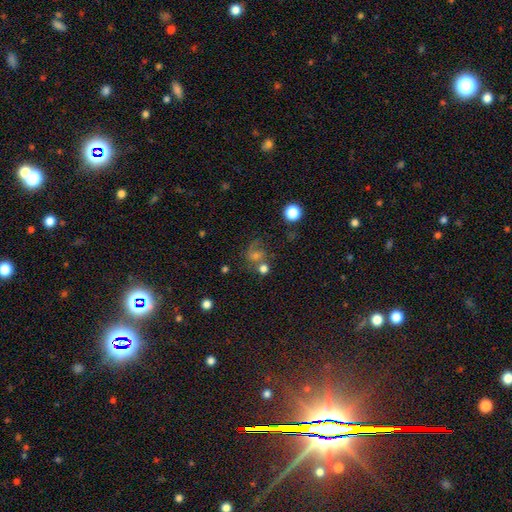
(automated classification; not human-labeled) Smooth or featured? featured or disk (36%)
Merging? none (55%)